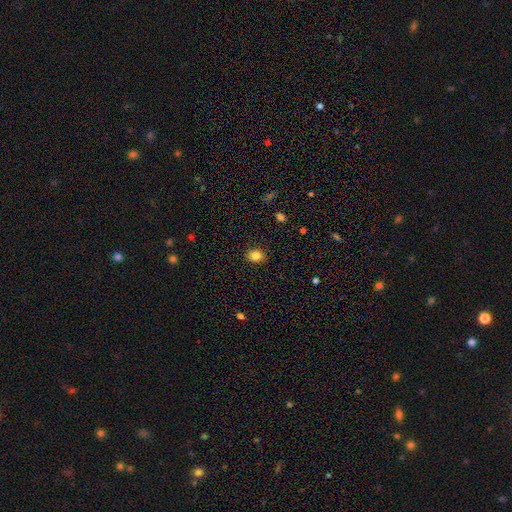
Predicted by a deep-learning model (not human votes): Morphology: type=smooth (83%); roundness=round (54%); merging=none (89%).